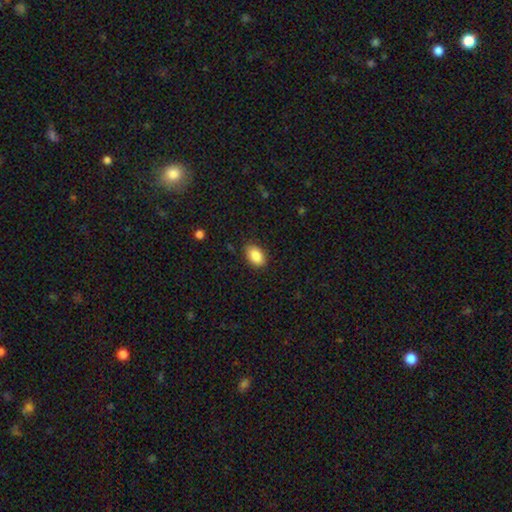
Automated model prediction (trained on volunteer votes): Smooth or featured: smooth — 89% (star or artifact — 7%)
How rounded: in between — 91% (round — 7%)
Merging: none — 86% (minor disturbance — 11%)